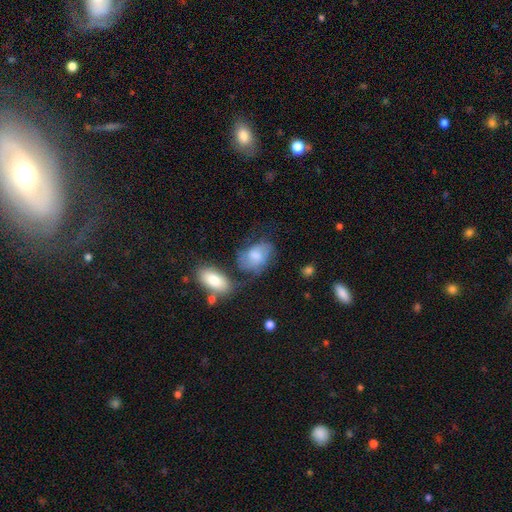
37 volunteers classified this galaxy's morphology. smooth_or_featured: smooth (p=0.51) [alt: featured or disk p=0.46]
how_rounded: in between (p=0.84) [alt: round p=0.16]
merging: none (p=0.28) [alt: major disturbance p=0.25]